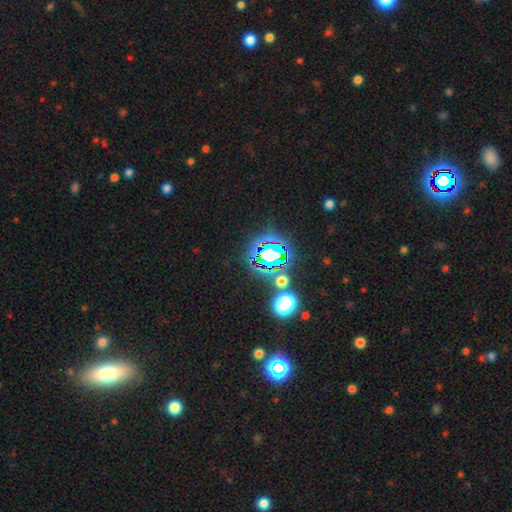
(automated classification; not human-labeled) Overall: star or artifact (76%).